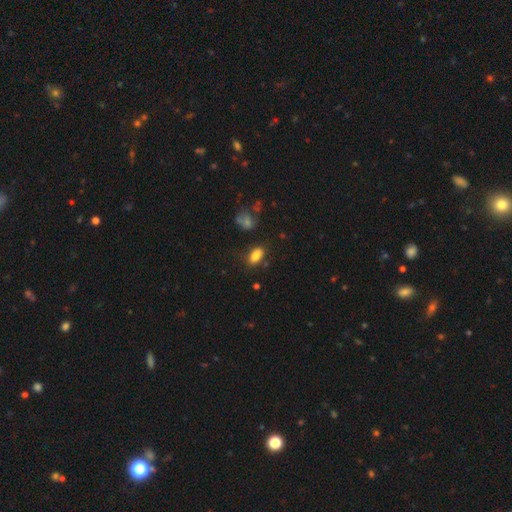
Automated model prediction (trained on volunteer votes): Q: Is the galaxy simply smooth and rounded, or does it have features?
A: smooth — 84%.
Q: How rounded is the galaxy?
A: in between — 90%.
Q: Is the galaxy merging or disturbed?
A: none — 76%.